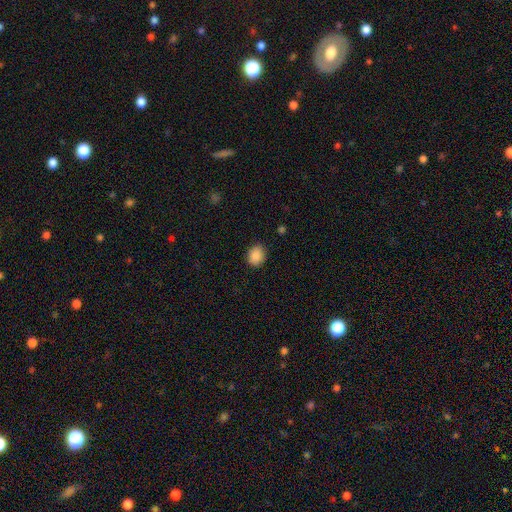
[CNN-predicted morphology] Smooth or featured?
  - smooth: 89% *
  - star or artifact: 8%
  - featured or disk: 3%
How rounded?
  - round: 61% *
  - in between: 38%
  - cigar-shaped: 1%
Merging?
  - none: 85% *
  - minor disturbance: 11%
  - major disturbance: 2%
  - merger: 1%